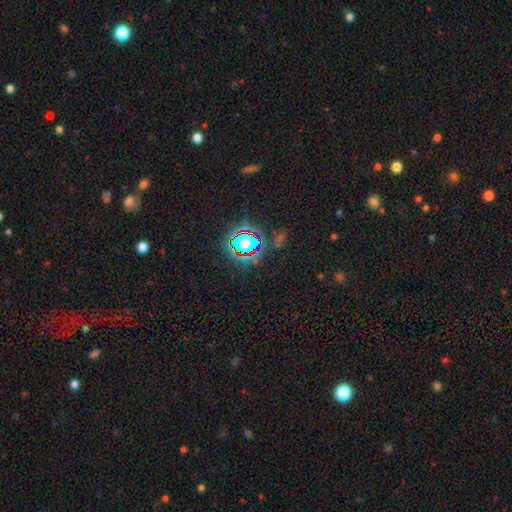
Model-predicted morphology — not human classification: Smooth or featured? star or artifact (79%)